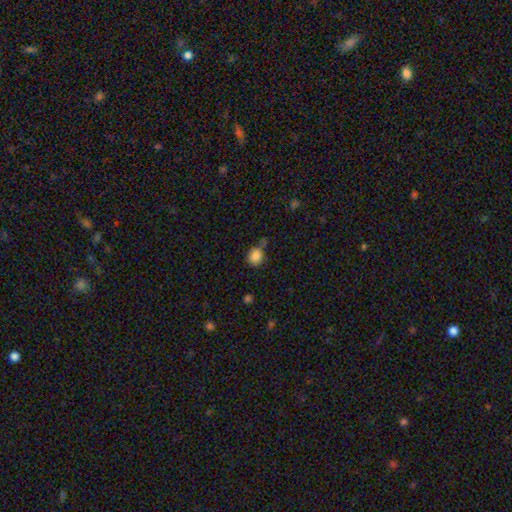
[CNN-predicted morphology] Q: Smooth or featured?
A: smooth (86%); runner-up: star or artifact (10%)
Q: How rounded?
A: round (62%); runner-up: in between (37%)
Q: Merging?
A: none (62%); runner-up: minor disturbance (22%)